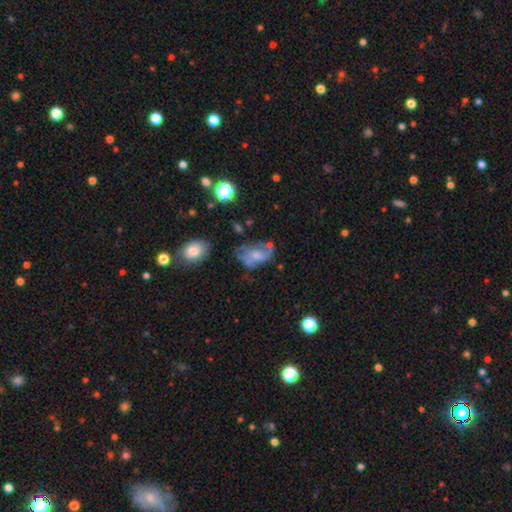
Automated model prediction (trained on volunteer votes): smooth-or-featured: featured or disk: 60% | smooth: 29% | star or artifact: 11%
  disk-edge-on: no: 97% | yes: 3%
    bar: no: 66% | weak: 29% | strong: 5%
    has-spiral-arms: yes: 70% | no: 30%
    bulge-size: small: 35% | moderate: 33% | none: 24% | large: 6% | dominant: 2%
  merging: none: 37% | major disturbance: 29% | minor disturbance: 24% | merger: 9%